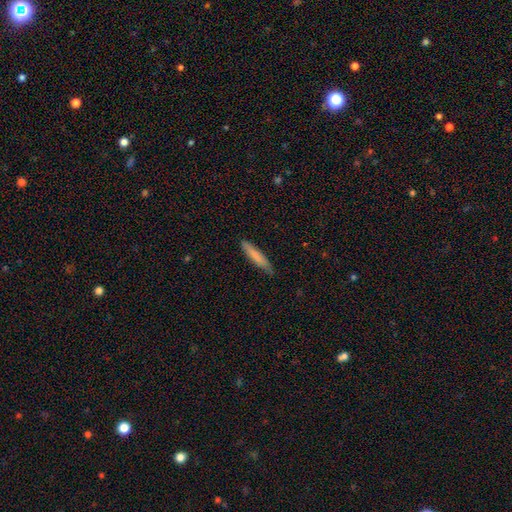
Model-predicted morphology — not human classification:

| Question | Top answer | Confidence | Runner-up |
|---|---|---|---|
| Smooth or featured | smooth | 78% | featured or disk (16%) |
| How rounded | cigar-shaped | 89% | in between (9%) |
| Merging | none | 82% | minor disturbance (15%) |